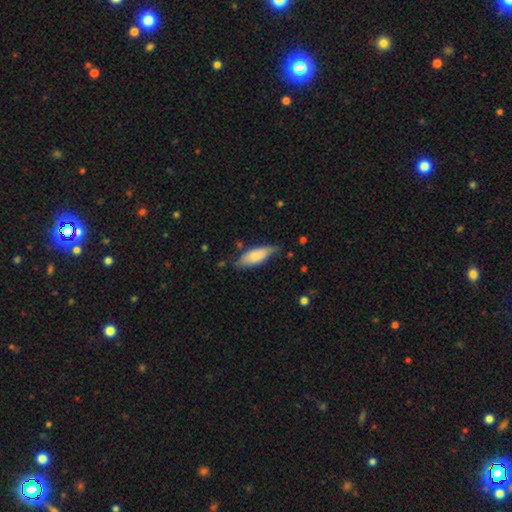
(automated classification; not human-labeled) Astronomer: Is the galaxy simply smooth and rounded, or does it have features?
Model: smooth — 74%.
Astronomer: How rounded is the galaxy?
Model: in between — 70%.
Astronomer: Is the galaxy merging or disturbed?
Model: none — 61%.